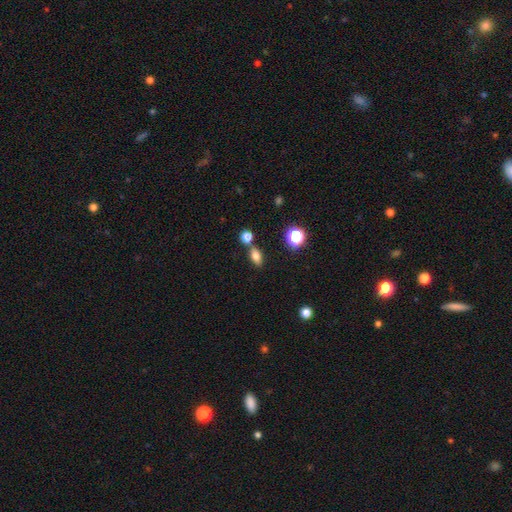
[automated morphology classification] Smooth or featured: smooth — 74% (star or artifact — 14%)
How rounded: in between — 75% (round — 16%)
Merging: none — 67% (merger — 19%)